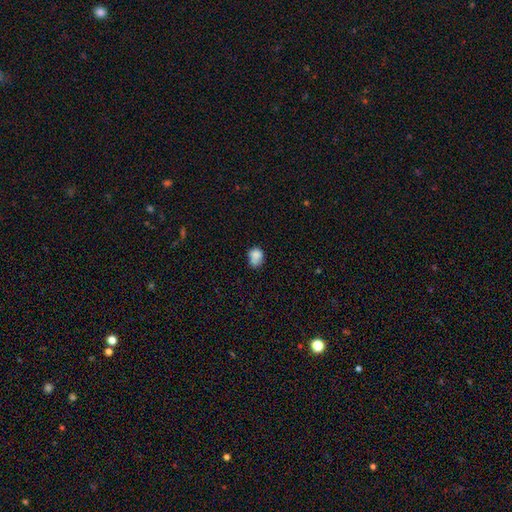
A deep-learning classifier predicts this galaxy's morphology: A smooth galaxy with no disk features (81%) that is in between round and cigar-shaped (51%).

Vote fractions:
- Smooth or featured? smooth: 81% / star or artifact: 10% / featured or disk: 9%
- How rounded? in between: 51% / round: 48% / cigar-shaped: 1%
- Merging? none: 44% / minor disturbance: 30% / merger: 17% / major disturbance: 9%